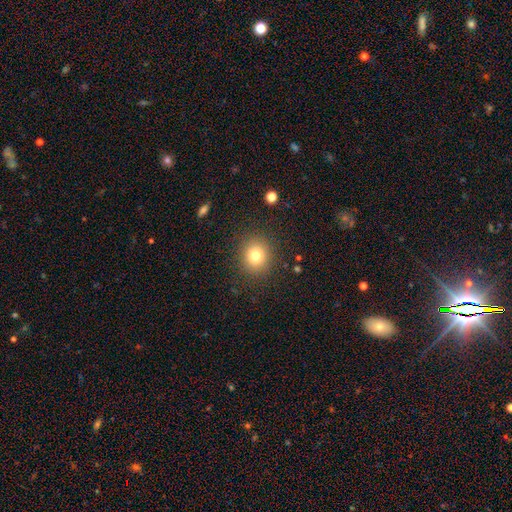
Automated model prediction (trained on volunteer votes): Smooth or featured?
  - smooth: 78% *
  - star or artifact: 13%
  - featured or disk: 9%
How rounded?
  - round: 81% *
  - in between: 18%
  - cigar-shaped: 1%
Merging?
  - none: 88% *
  - minor disturbance: 7%
  - major disturbance: 3%
  - merger: 1%